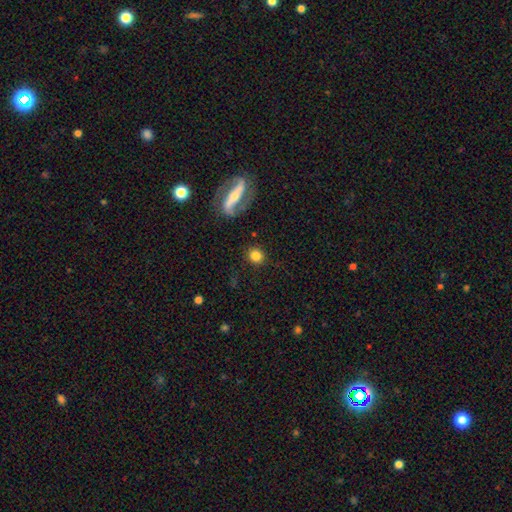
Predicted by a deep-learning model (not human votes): A smooth galaxy with no disk features (79%) that is round (89%).

Vote fractions:
- Smooth or featured? smooth: 79% / featured or disk: 12% / star or artifact: 9%
- How rounded? round: 89% / in between: 9% / cigar-shaped: 2%
- Merging? none: 87% / minor disturbance: 7% / major disturbance: 3% / merger: 2%